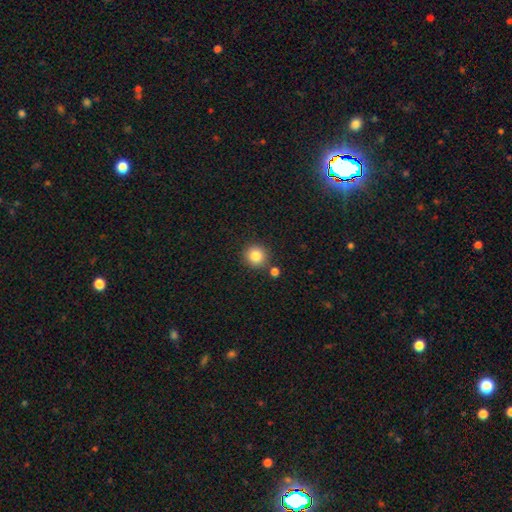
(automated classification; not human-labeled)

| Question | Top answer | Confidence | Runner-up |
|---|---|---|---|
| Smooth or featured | smooth | 85% | star or artifact (10%) |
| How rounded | round | 92% | in between (7%) |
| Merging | none | 82% | merger (8%) |